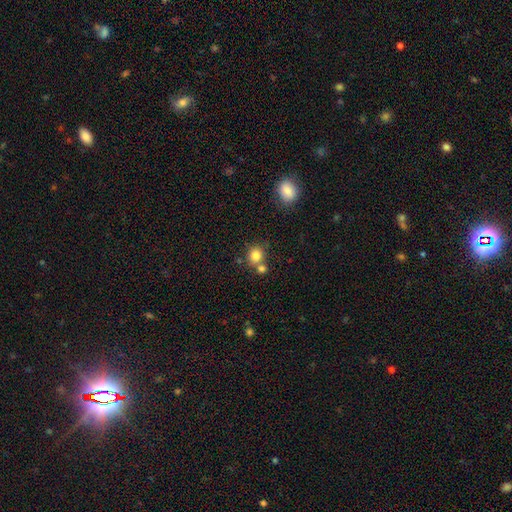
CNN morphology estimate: This appears to be a smooth galaxy with no disk features (81%) that is round (82%). Merging: none (60%).